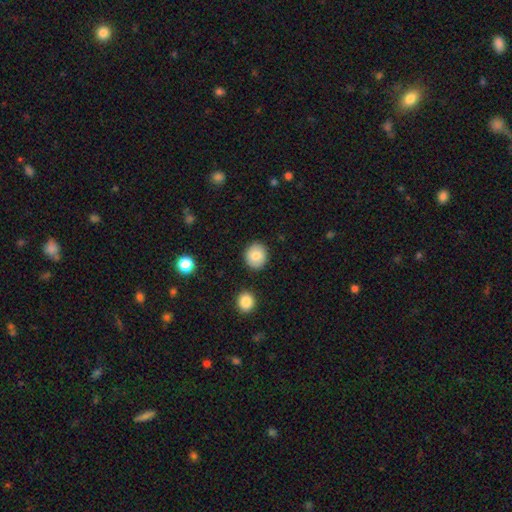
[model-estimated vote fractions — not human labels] This appears to be a smooth galaxy with no disk features (81%) that is round (80%). Merging: none (88%).